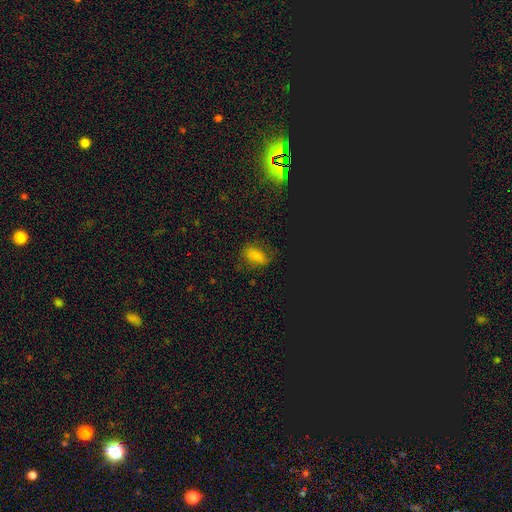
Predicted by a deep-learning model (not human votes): Smooth or featured?
  - smooth: 65% *
  - star or artifact: 24%
  - featured or disk: 12%
How rounded?
  - in between: 83% *
  - round: 9%
  - cigar-shaped: 7%
Merging?
  - none: 67% *
  - minor disturbance: 21%
  - major disturbance: 9%
  - merger: 2%